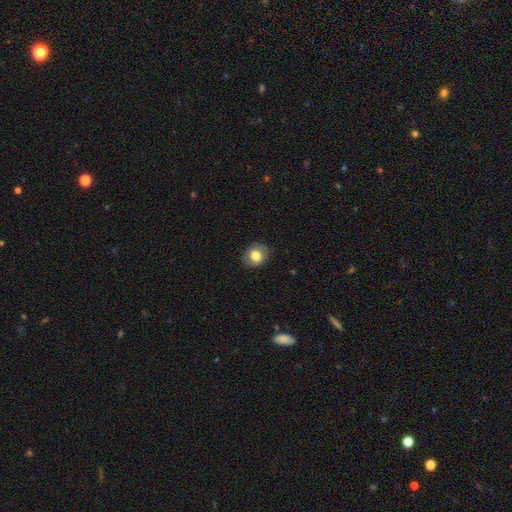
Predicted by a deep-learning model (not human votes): Smooth or featured? smooth (76%)
How rounded? round (66%)
Merging? none (83%)